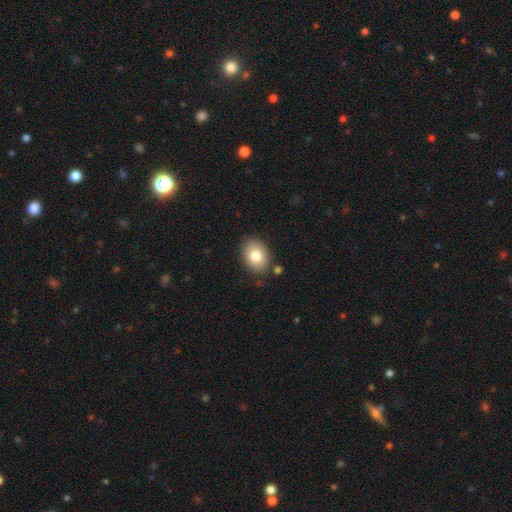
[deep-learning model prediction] Smooth or featured?
  - smooth: 81% *
  - featured or disk: 11%
  - star or artifact: 8%
How rounded?
  - in between: 68% *
  - round: 31%
  - cigar-shaped: 1%
Merging?
  - none: 84% *
  - minor disturbance: 11%
  - merger: 3%
  - major disturbance: 3%